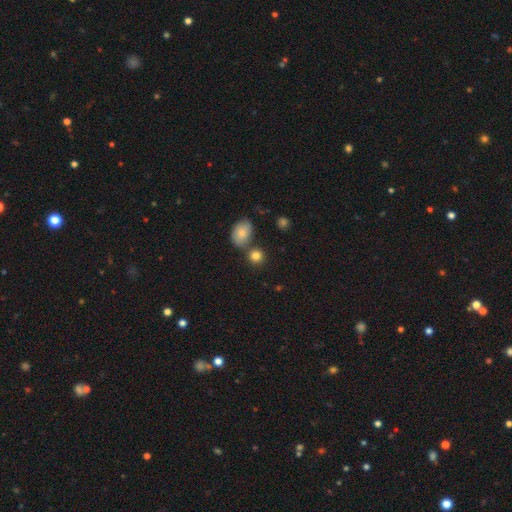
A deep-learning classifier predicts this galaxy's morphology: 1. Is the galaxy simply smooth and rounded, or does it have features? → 82% smooth, 10% star or artifact, 7% featured or disk.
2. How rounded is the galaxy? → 81% round, 18% in between, 1% cigar-shaped.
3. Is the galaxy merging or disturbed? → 64% none, 24% merger, 10% minor disturbance, 3% major disturbance.